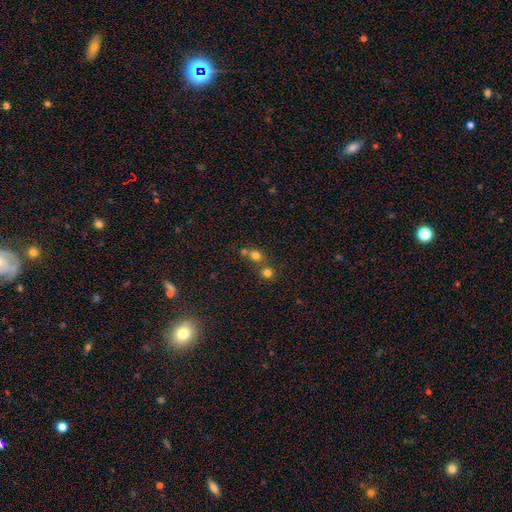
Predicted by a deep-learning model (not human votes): smooth-or-featured: smooth: 73% | star or artifact: 18% | featured or disk: 9%
  how-rounded: round: 84% | in between: 15% | cigar-shaped: 1%
  merging: none: 49% | merger: 42% | minor disturbance: 6% | major disturbance: 3%